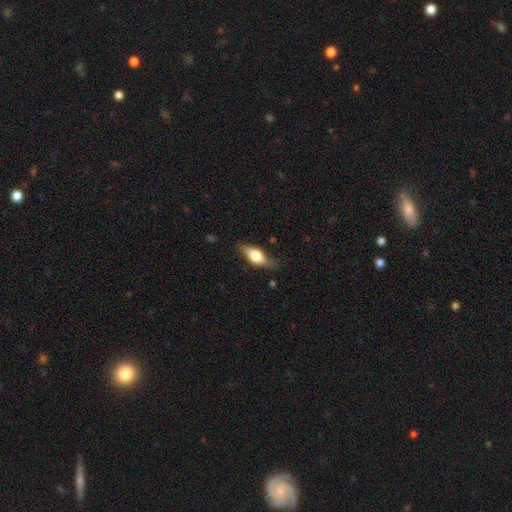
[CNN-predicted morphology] Smooth or featured: smooth — 51% (featured or disk — 42%)
How rounded: in between — 69% (cigar-shaped — 25%)
Merging: none — 71% (minor disturbance — 22%)